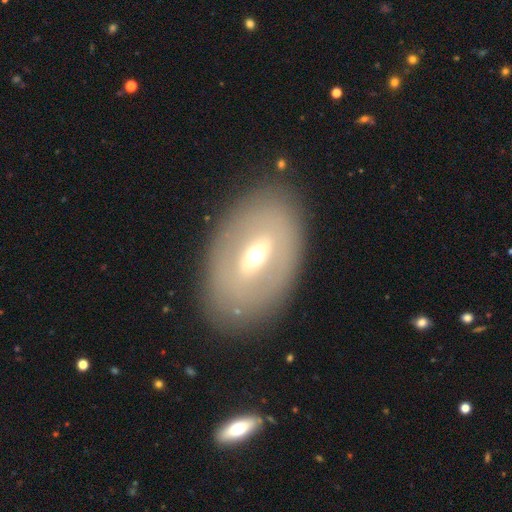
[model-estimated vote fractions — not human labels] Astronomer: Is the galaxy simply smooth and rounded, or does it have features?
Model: featured or disk — 58% (runner-up: smooth, 34%).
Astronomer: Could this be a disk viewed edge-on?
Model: no — 86%.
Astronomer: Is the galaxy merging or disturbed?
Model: none — 84%.